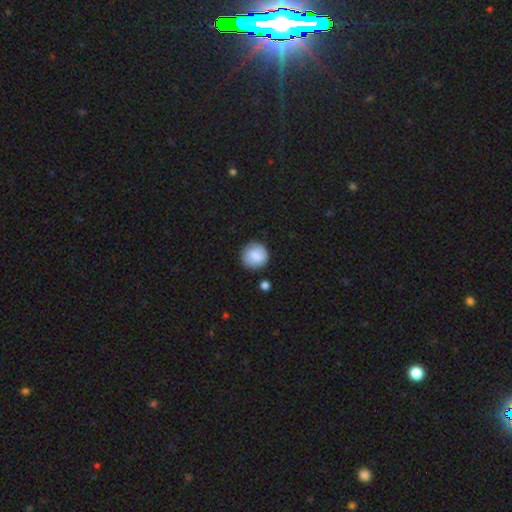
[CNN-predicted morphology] type=smooth (83%); roundness=round (93%); merging=none (84%).